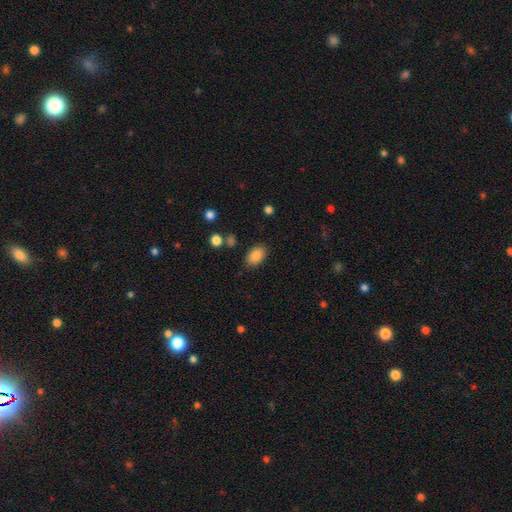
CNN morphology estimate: type=smooth (85%); roundness=in between (88%); merging=none (84%).